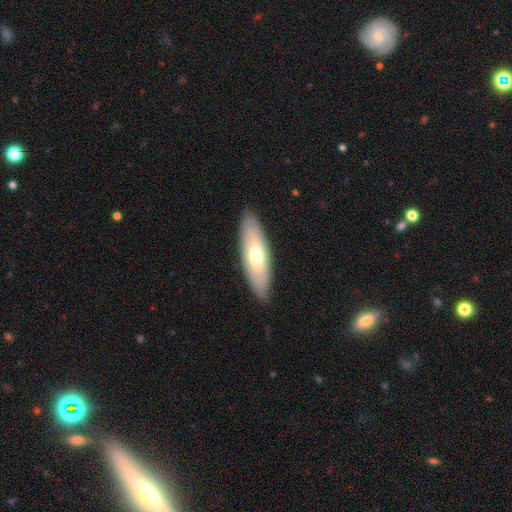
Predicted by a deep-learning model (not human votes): smooth_or_featured: smooth (p=0.59) [alt: featured or disk p=0.36]
how_rounded: in between (p=0.52) [alt: cigar-shaped p=0.46]
merging: none (p=0.86) [alt: minor disturbance p=0.11]